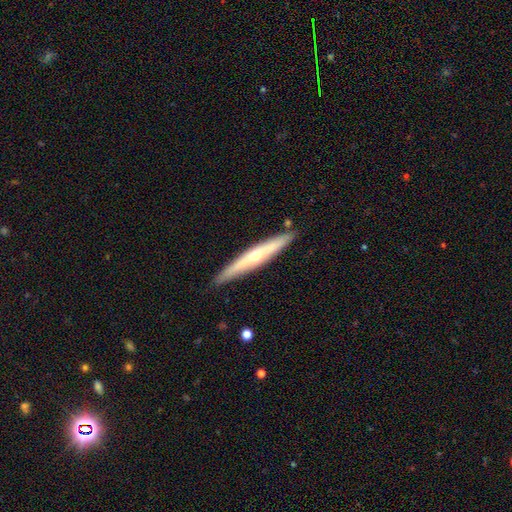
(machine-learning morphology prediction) Overall: featured or disk (59%; smooth 35%). Edge-on disk: yes (92%). Edge-on bulge: rounded (82%). Merging: none (88%).